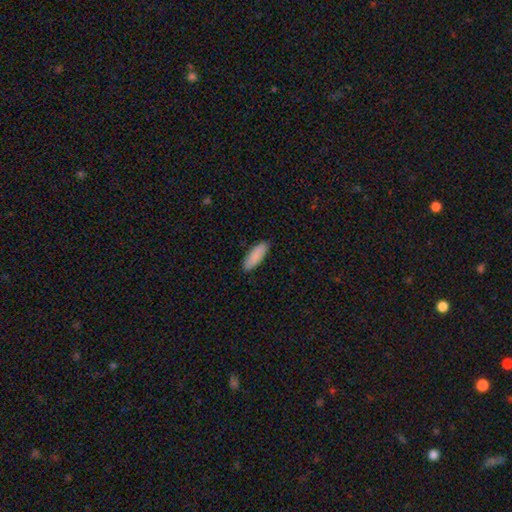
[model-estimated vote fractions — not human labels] Overall: smooth (89%). How rounded: in between (60%; cigar-shaped 39%). Merging: none (89%).